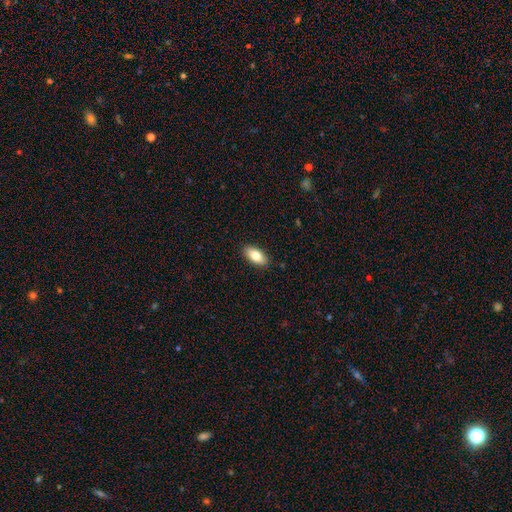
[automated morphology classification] A smooth galaxy with no disk features (82%) that is in between round and cigar-shaped (90%).

Vote fractions:
- Smooth or featured? smooth: 82% / featured or disk: 12% / star or artifact: 7%
- How rounded? in between: 90% / cigar-shaped: 7% / round: 3%
- Merging? none: 89% / minor disturbance: 8% / major disturbance: 2% / merger: 1%